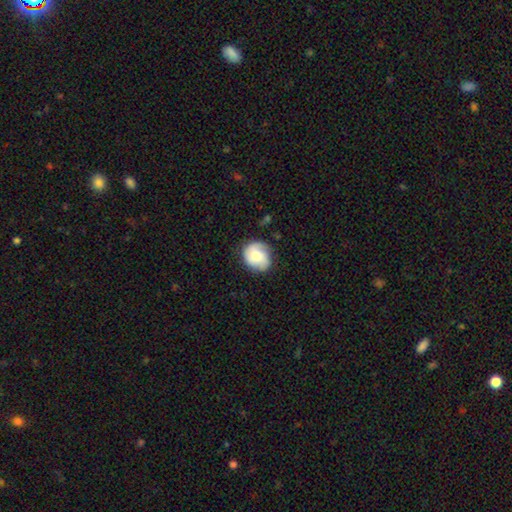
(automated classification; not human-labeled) smooth 61%, featured or disk 32%, star or artifact 8%. Down the decision tree: how rounded — round (69%); merging — none (68%).